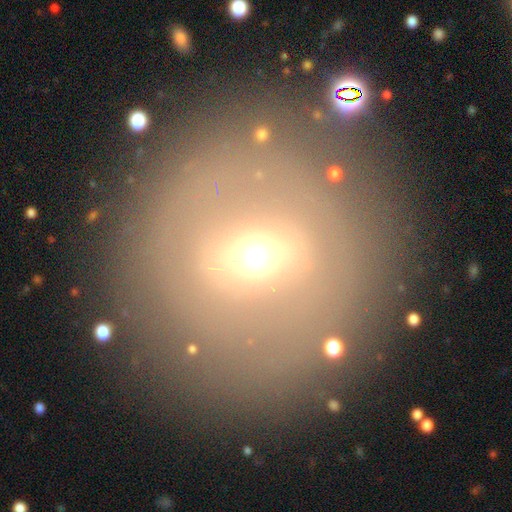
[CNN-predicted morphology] The model was most divided on "smooth or featured": smooth: 49%, featured or disk: 32%, star or artifact: 19%. More confident: merging — none (81%).